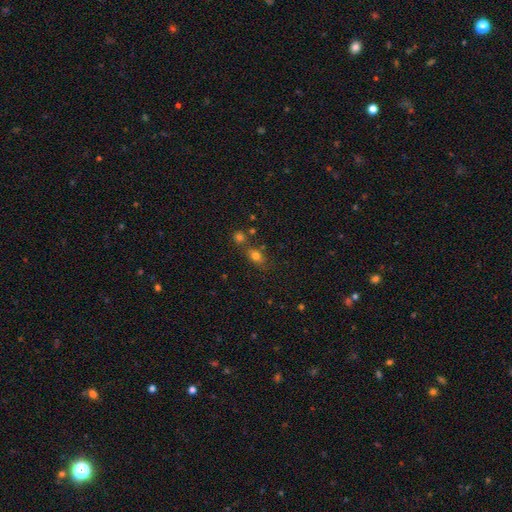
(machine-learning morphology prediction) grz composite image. It shows a smooth galaxy with no disk features (75%) that is in between round and cigar-shaped (59%). Merging: none (60%).